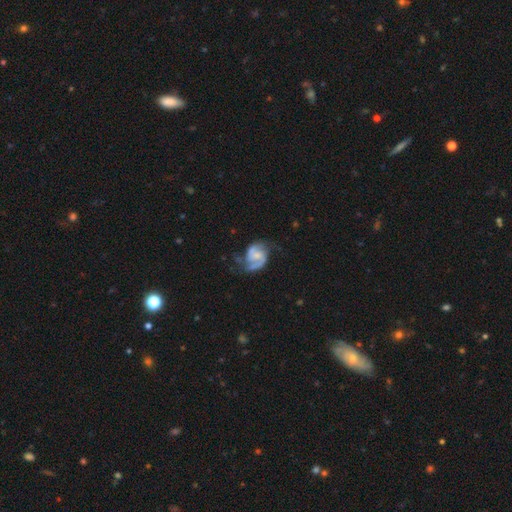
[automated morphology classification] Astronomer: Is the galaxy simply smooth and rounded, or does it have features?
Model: featured or disk — 84%.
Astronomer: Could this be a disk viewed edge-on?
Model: no — 98%.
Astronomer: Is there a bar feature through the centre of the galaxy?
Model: no — 44%, tied with weak at 44%.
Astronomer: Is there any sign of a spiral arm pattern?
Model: yes — 95%.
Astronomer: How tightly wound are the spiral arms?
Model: medium — 52%.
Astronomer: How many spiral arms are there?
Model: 2 — 87%.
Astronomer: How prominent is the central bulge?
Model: small — 50% (runner-up: moderate, 31%).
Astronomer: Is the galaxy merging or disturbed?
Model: none — 57%.